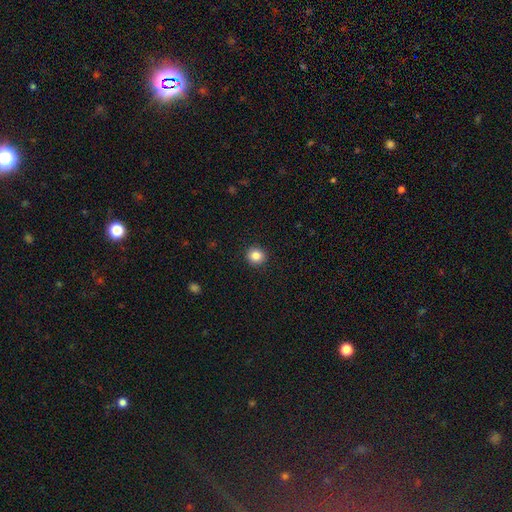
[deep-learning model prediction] smooth-or-featured: smooth: 85% | star or artifact: 10% | featured or disk: 5%
  how-rounded: round: 90% | in between: 9% | cigar-shaped: 1%
  merging: none: 92% | minor disturbance: 5% | major disturbance: 2% | merger: 1%